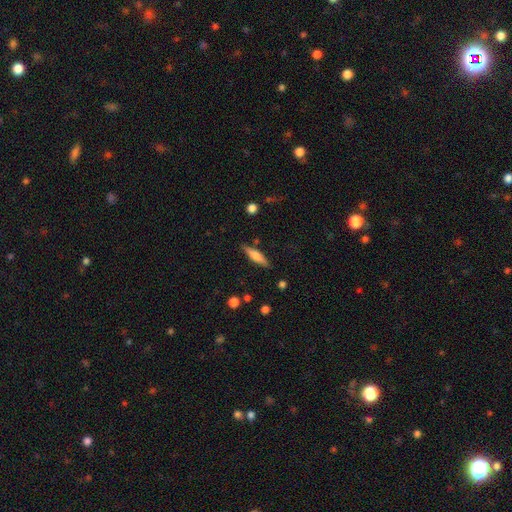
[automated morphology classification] smooth-or-featured: smooth: 59% | featured or disk: 35% | star or artifact: 6%
  how-rounded: cigar-shaped: 71% | in between: 27% | round: 2%
  merging: none: 85% | minor disturbance: 10% | major disturbance: 2% | merger: 2%